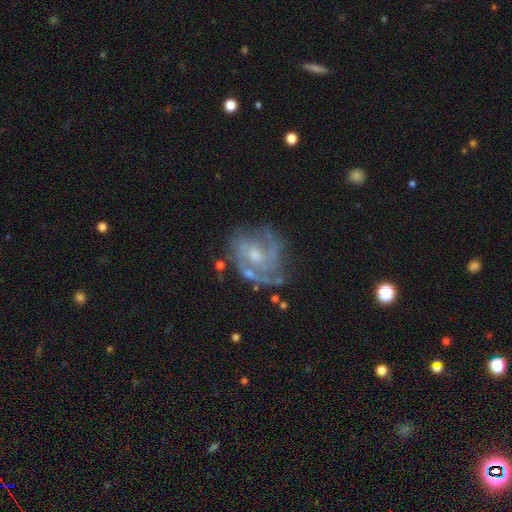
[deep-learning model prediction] featured or disk 83%, smooth 10%, star or artifact 7%. Down the decision tree: edge-on disk — no (98%); bar — no (62%); spiral arms — yes (89%); spiral arm count — 2 (34%); spiral winding — tight (45%); bulge size — moderate (48%); merging — none (62%).